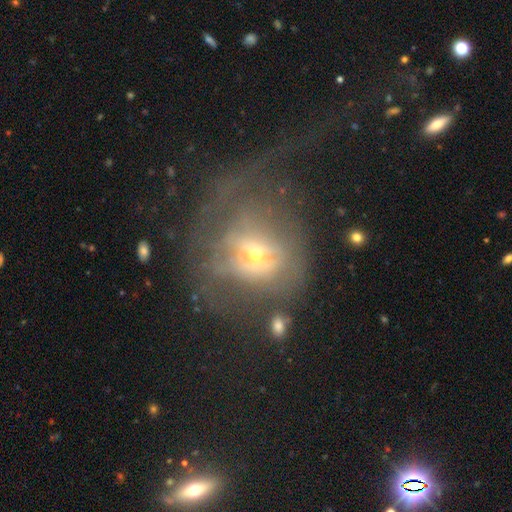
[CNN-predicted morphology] smooth_or_featured: featured or disk (p=0.53) [alt: smooth p=0.33]
disk_edge_on: no (p=0.93) [alt: yes p=0.07]
merging: major disturbance (p=0.55) [alt: none p=0.25]